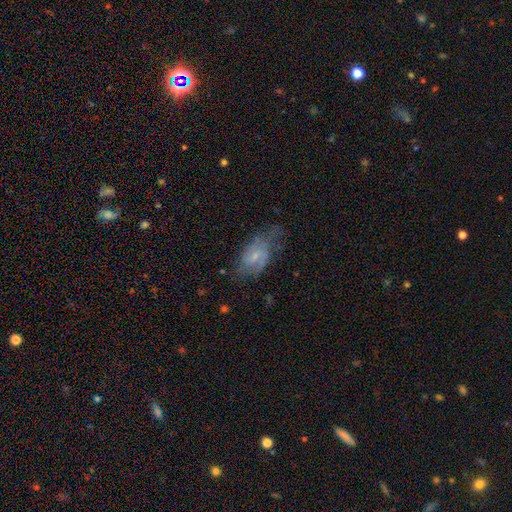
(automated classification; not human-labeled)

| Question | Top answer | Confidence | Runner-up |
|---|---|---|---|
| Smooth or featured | featured or disk | 61% | smooth (31%) |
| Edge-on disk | no | 95% | yes (5%) |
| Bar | weak | 48% | no (43%) |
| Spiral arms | yes | 81% | no (19%) |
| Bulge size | small | 63% | moderate (23%) |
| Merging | none | 48% | minor disturbance (30%) |